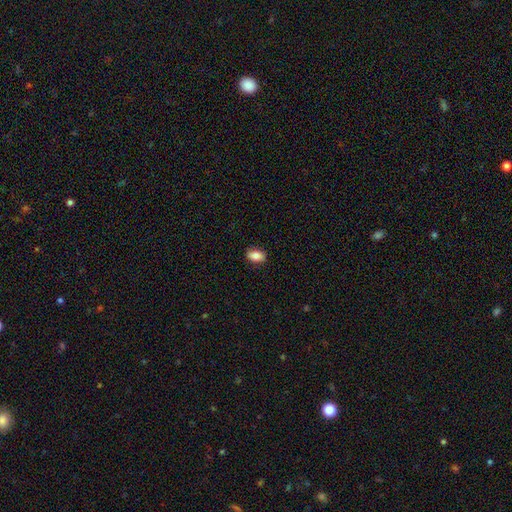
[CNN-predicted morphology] Smooth or featured: smooth — 83% (featured or disk — 9%)
How rounded: in between — 86% (round — 12%)
Merging: none — 88% (minor disturbance — 9%)